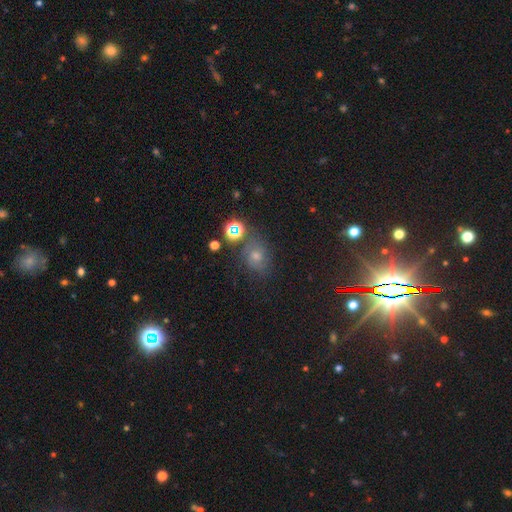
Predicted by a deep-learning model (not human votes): Overall: star or artifact (43%; smooth 37%).